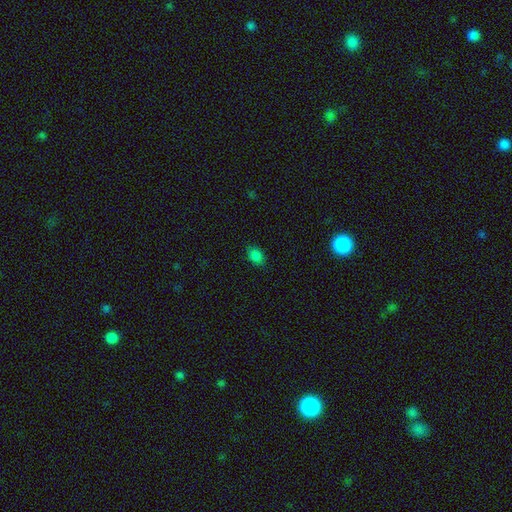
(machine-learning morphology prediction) smooth_or_featured: smooth (p=0.82) [alt: star or artifact p=0.14]
how_rounded: in between (p=0.75) [alt: round p=0.23]
merging: none (p=0.84) [alt: minor disturbance p=0.13]